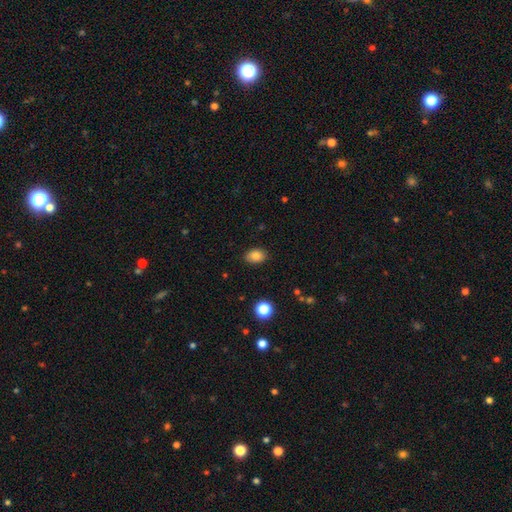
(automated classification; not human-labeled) Q: Smooth or featured?
A: smooth (85%); runner-up: star or artifact (10%)
Q: How rounded?
A: in between (79%); runner-up: round (20%)
Q: Merging?
A: none (86%); runner-up: minor disturbance (10%)